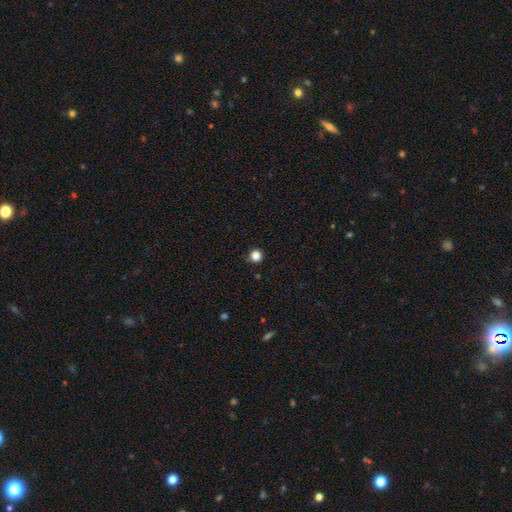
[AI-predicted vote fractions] Smooth or featured?
  - smooth: 85% *
  - star or artifact: 13%
  - featured or disk: 3%
How rounded?
  - round: 96% *
  - in between: 3%
  - cigar-shaped: 1%
Merging?
  - none: 92% *
  - minor disturbance: 5%
  - major disturbance: 2%
  - merger: 1%